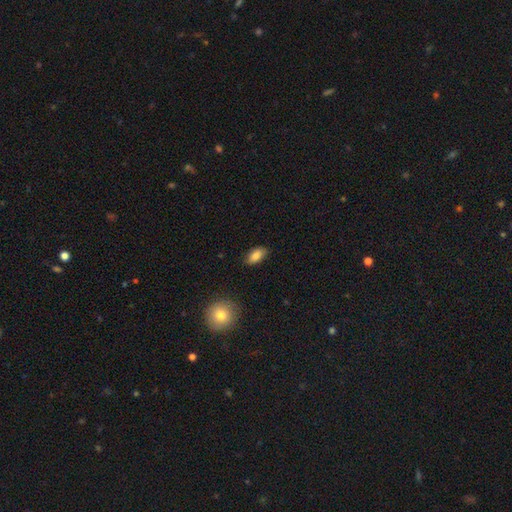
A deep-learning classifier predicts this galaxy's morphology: This is clearly a smooth galaxy (83%). How rounded: clearly in between (90%). Merging: clearly none (82%).